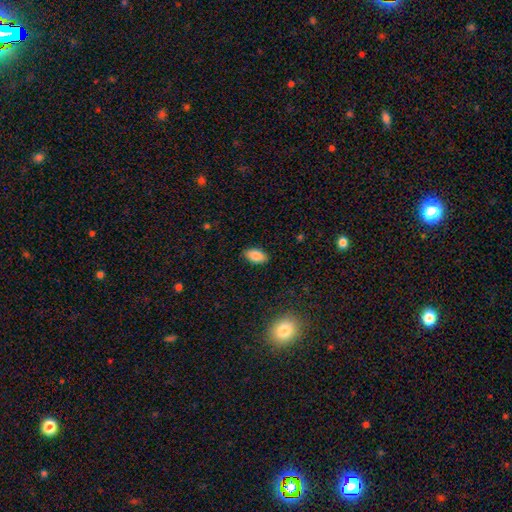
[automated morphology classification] The model was most divided on "merging": none: 87%, minor disturbance: 10%, major disturbance: 2%, merger: 1%. More confident: how rounded — in between (93%); smooth or featured — smooth (86%).